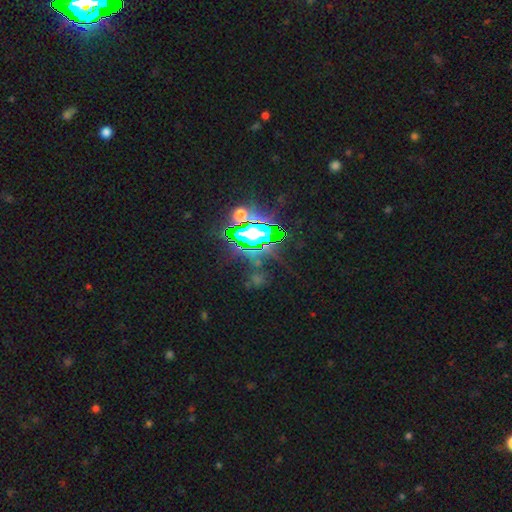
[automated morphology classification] A star or artifact, not a galaxy (83%).

Vote fractions:
- Smooth or featured? star or artifact: 83% / smooth: 10% / featured or disk: 8%